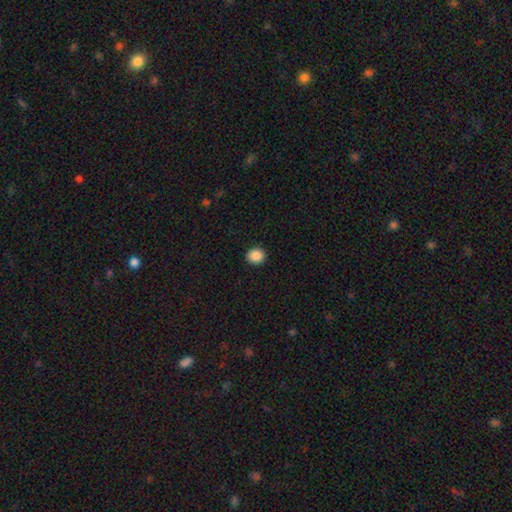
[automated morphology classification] smooth_or_featured: smooth (p=0.88) [alt: star or artifact p=0.09]
how_rounded: round (p=0.85) [alt: in between p=0.14]
merging: none (p=0.92) [alt: minor disturbance p=0.05]